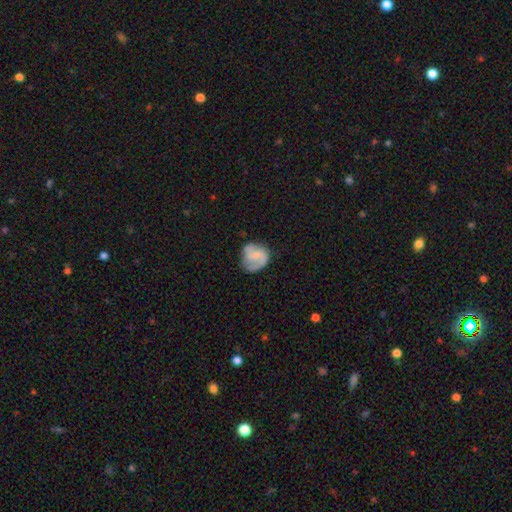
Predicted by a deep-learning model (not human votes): A featured or disk galaxy (59%) with no bar (45%), spiral arms (86%) and a small central bulge (53%).

Vote fractions:
- Smooth or featured? featured or disk: 59% / smooth: 34% / star or artifact: 7%
- Edge-on disk? no: 98% / yes: 2%
- Bar? no: 45% / weak: 44% / strong: 12%
- Spiral arms? yes: 86% / no: 14%
- Bulge size? small: 53% / moderate: 25% / none: 19% / large: 2% / dominant: 1%
- Merging? none: 62% / minor disturbance: 24% / major disturbance: 12% / merger: 2%